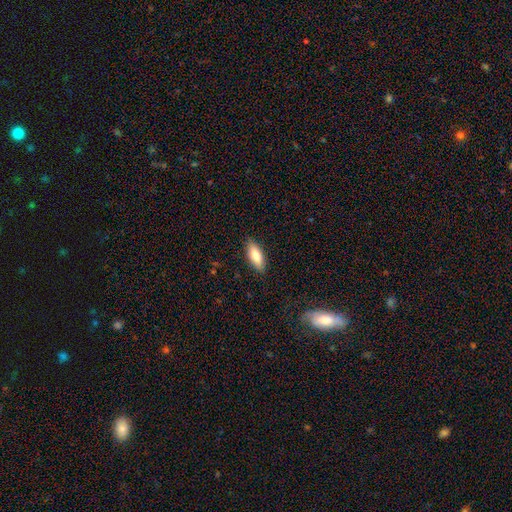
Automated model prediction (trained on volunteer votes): Overall: smooth (78%). How rounded: in between (74%). Merging: none (87%).